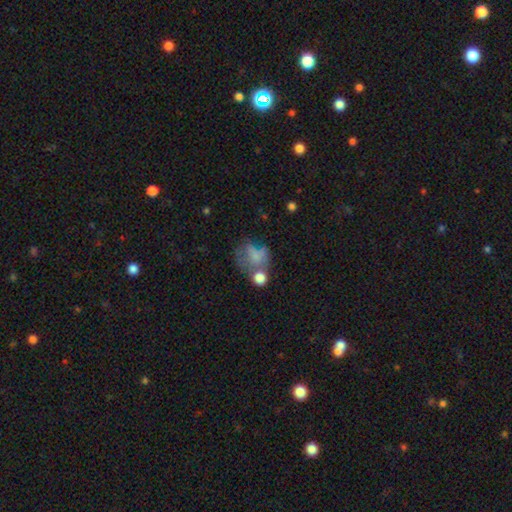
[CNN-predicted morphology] Q: Smooth or featured?
A: smooth (61%); runner-up: featured or disk (26%)
Q: How rounded?
A: round (57%); runner-up: in between (42%)
Q: Merging?
A: merger (29%); runner-up: none (28%)